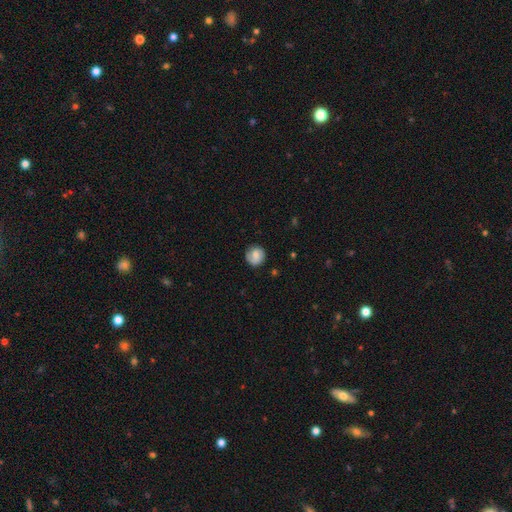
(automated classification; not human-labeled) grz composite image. It shows a smooth galaxy with no disk features (66%) that is round (89%). Merging: none (78%).